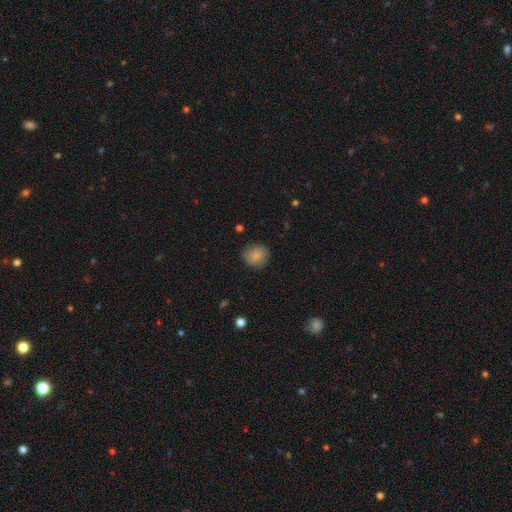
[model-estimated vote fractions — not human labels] smooth_or_featured: smooth (p=0.83) [alt: featured or disk p=0.09]
how_rounded: round (p=0.88) [alt: in between p=0.11]
merging: none (p=0.84) [alt: minor disturbance p=0.12]